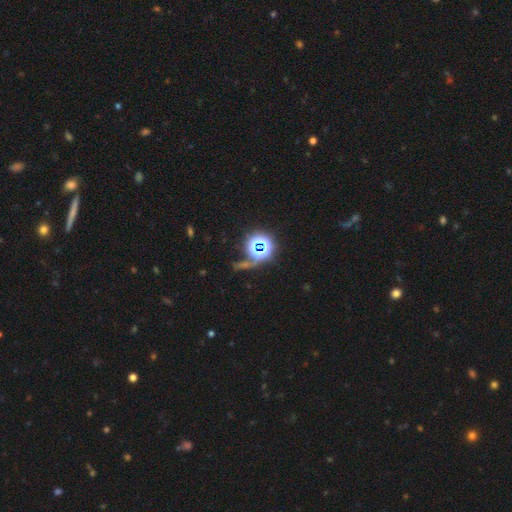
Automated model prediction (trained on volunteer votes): A star or artifact, not a galaxy (81%).

Vote fractions:
- Smooth or featured? star or artifact: 81% / smooth: 12% / featured or disk: 7%